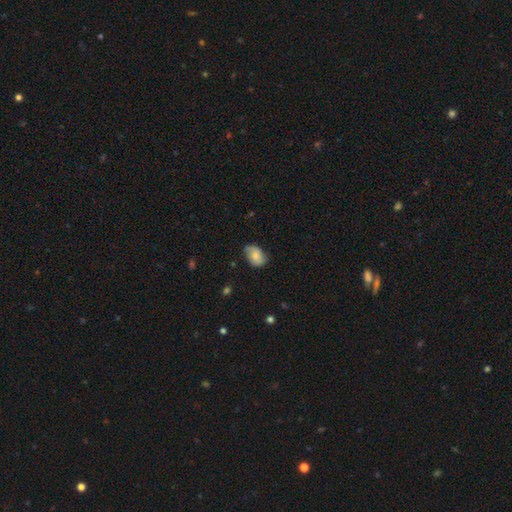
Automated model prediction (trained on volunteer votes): A smooth galaxy with no disk features (67%) that is in between round and cigar-shaped (83%). Merging: none (63%).